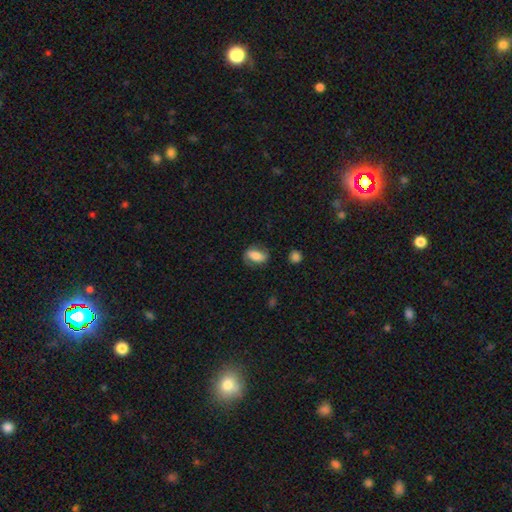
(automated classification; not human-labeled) A smooth galaxy with no disk features (70%) that is in between round and cigar-shaped (83%).

Vote fractions:
- Smooth or featured? smooth: 70% / featured or disk: 23% / star or artifact: 8%
- How rounded? in between: 83% / round: 11% / cigar-shaped: 6%
- Merging? none: 71% / minor disturbance: 20% / major disturbance: 7% / merger: 2%